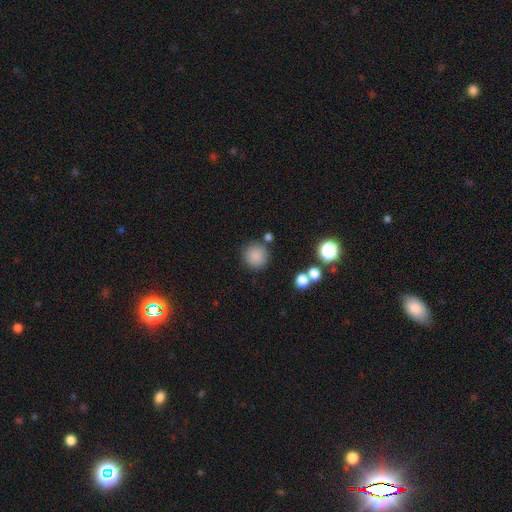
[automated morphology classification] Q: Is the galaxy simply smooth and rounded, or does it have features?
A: smooth — 84%.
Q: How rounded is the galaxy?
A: round — 94%.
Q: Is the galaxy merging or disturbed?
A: none — 83%.